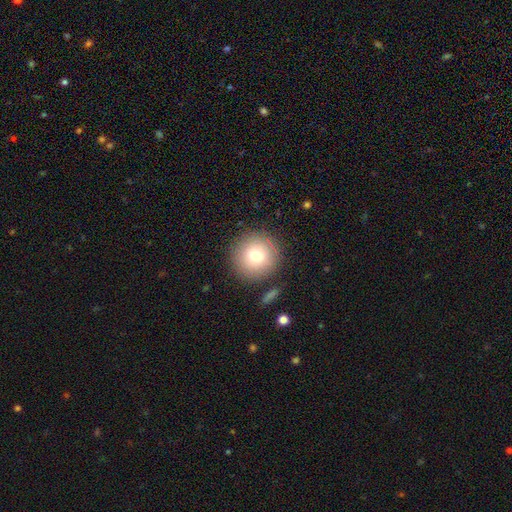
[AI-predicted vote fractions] smooth-or-featured: smooth: 76% | featured or disk: 14% | star or artifact: 11%
  how-rounded: round: 95% | in between: 4% | cigar-shaped: 1%
  merging: none: 86% | minor disturbance: 8% | major disturbance: 3% | merger: 3%